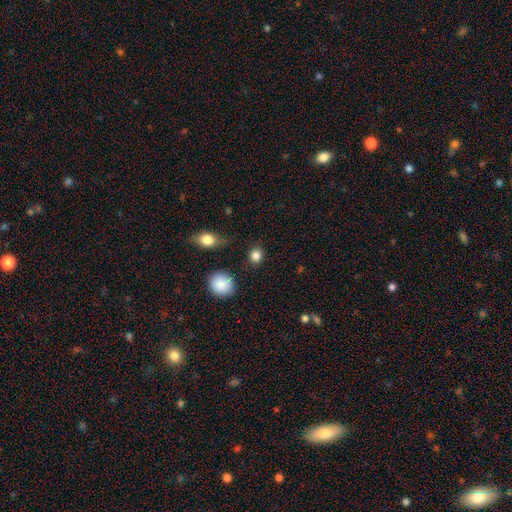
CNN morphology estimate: This appears to be a smooth galaxy with no disk features (86%) that is round (80%). Merging: none (86%).